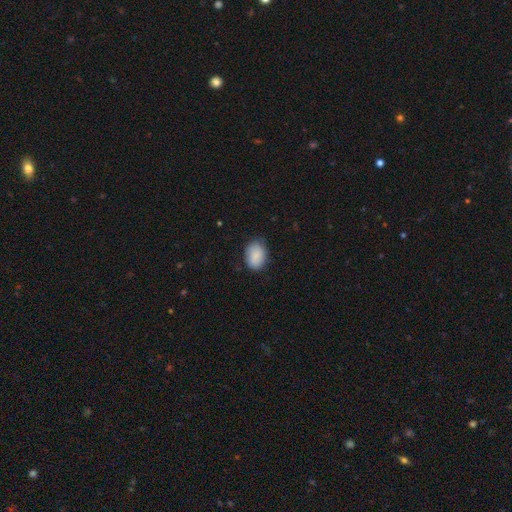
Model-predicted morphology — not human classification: Smooth or featured: smooth — 87% (star or artifact — 7%)
How rounded: in between — 75% (round — 24%)
Merging: none — 76% (minor disturbance — 19%)